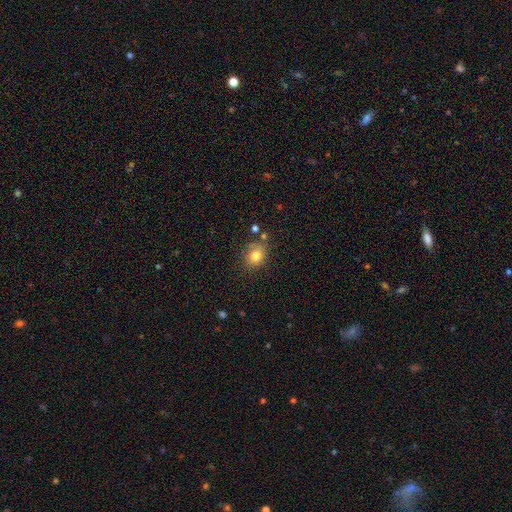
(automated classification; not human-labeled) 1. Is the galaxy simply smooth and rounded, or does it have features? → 78% smooth, 11% featured or disk, 11% star or artifact.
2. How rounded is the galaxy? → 56% round, 43% in between, 1% cigar-shaped.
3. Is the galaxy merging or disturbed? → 67% none, 21% minor disturbance, 6% major disturbance, 6% merger.